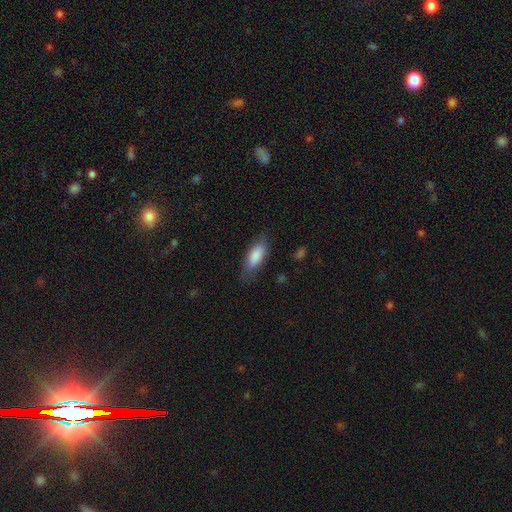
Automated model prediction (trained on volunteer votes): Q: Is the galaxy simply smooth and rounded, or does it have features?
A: smooth — 86%.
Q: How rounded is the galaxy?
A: in between — 78%.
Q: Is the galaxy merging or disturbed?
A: none — 77%.